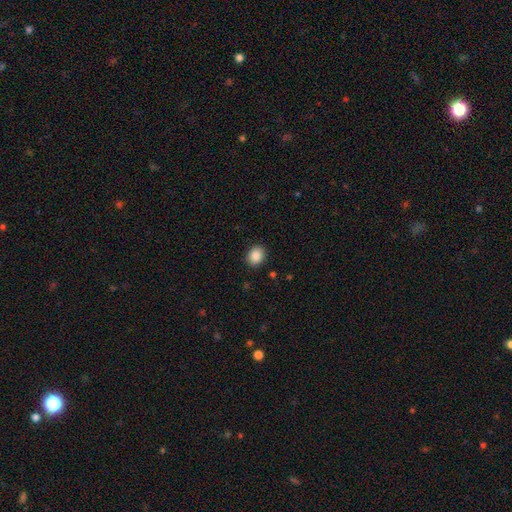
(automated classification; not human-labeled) Smooth or featured?
  - smooth: 88% *
  - star or artifact: 9%
  - featured or disk: 3%
How rounded?
  - round: 57% *
  - in between: 42%
  - cigar-shaped: 1%
Merging?
  - none: 90% *
  - minor disturbance: 7%
  - major disturbance: 2%
  - merger: 1%